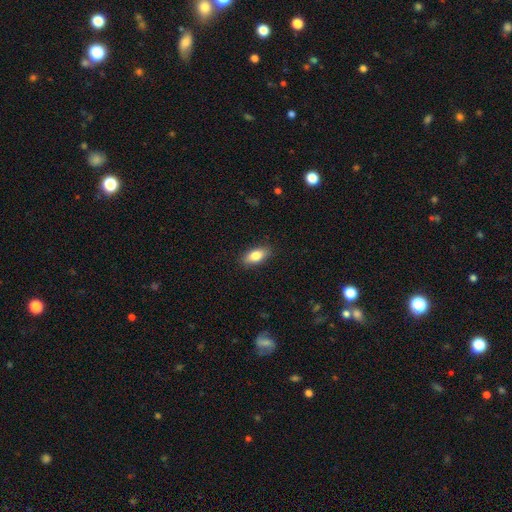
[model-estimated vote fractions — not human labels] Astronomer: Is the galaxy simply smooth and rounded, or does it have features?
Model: smooth — 83%.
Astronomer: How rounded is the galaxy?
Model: in between — 87%.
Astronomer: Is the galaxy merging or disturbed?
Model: none — 88%.